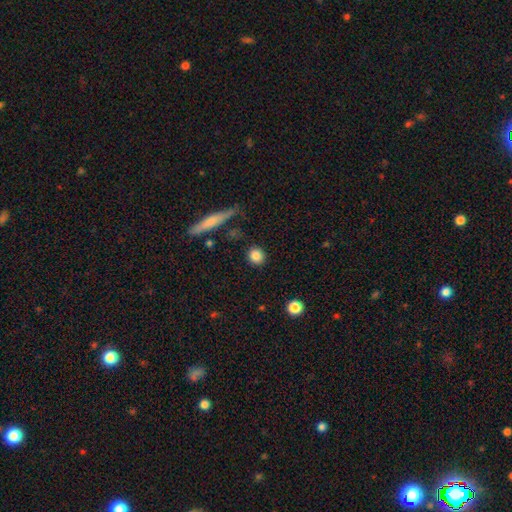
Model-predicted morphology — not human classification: smooth-or-featured: smooth: 85% | star or artifact: 9% | featured or disk: 7%
  how-rounded: round: 85% | in between: 13% | cigar-shaped: 2%
  merging: none: 89% | minor disturbance: 7% | major disturbance: 2% | merger: 2%